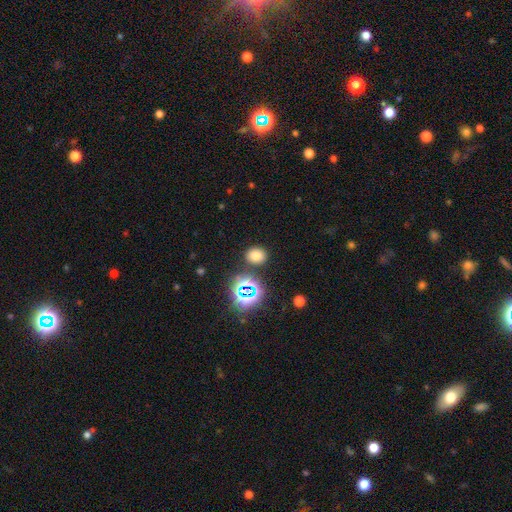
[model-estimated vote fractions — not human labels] This is likely a smooth galaxy (70%). How rounded: possibly round (57%). Merging: clearly none (84%).